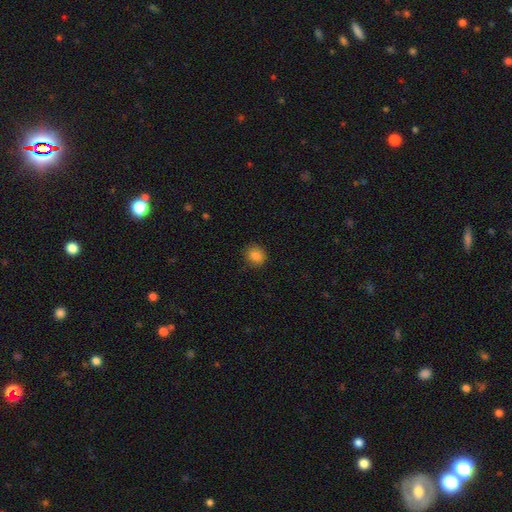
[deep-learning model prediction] smooth_or_featured: smooth (p=0.84) [alt: star or artifact p=0.11]
how_rounded: round (p=0.81) [alt: in between p=0.18]
merging: none (p=0.86) [alt: minor disturbance p=0.10]